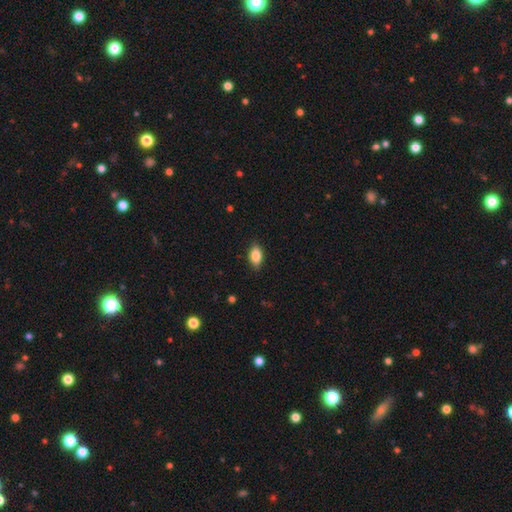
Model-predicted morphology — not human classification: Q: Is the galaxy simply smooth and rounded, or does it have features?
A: smooth — 84%.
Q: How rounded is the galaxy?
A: in between — 89%.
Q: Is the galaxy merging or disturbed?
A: none — 86%.